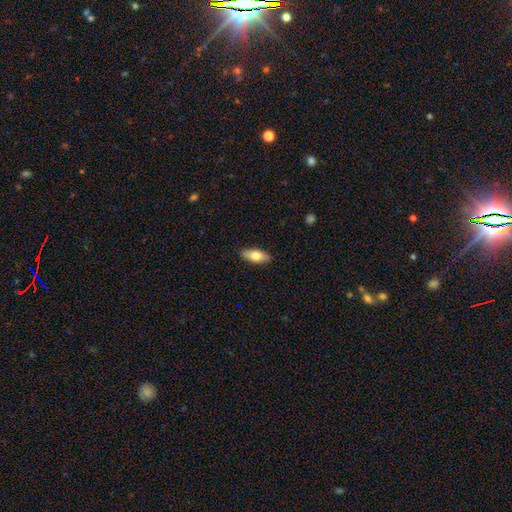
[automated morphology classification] This is likely a smooth galaxy (76%). How rounded: clearly in between (83%). Merging: clearly none (88%).